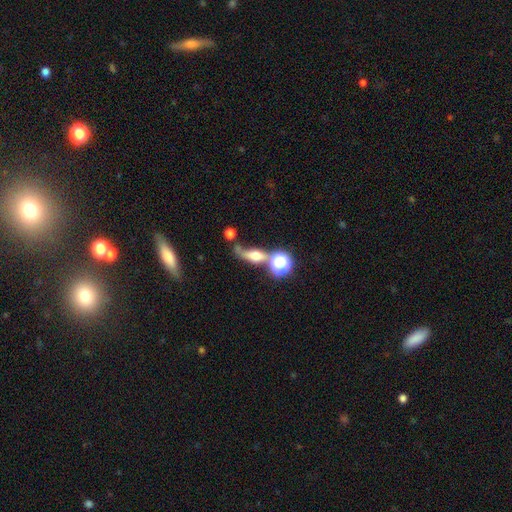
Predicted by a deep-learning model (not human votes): Smooth or featured? Predicted: smooth (p=0.45). Merging? Predicted: none (p=0.43).